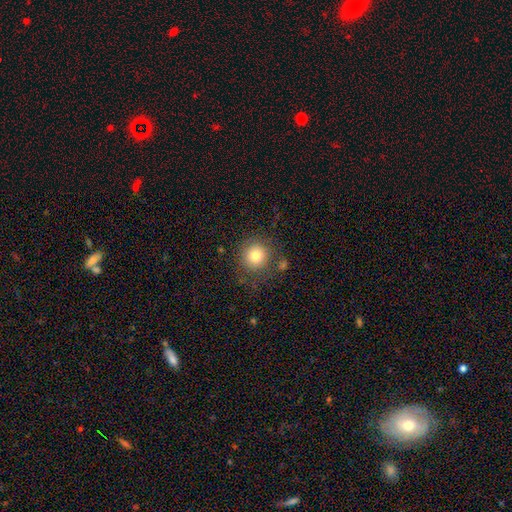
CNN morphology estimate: This is likely a smooth galaxy (78%). How rounded: clearly round (91%). Merging: clearly none (80%).